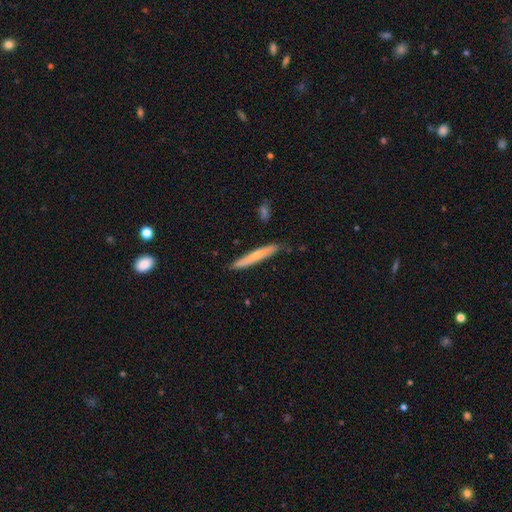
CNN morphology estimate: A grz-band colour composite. It shows a smooth galaxy with no disk features (54%) that is cigar-shaped (94%). Merging: none (84%).